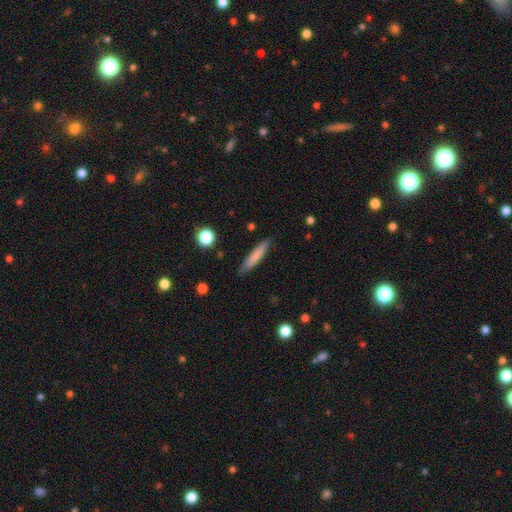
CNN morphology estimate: Q: Smooth or featured?
A: smooth (77%); runner-up: featured or disk (17%)
Q: How rounded?
A: cigar-shaped (88%); runner-up: in between (10%)
Q: Merging?
A: none (84%); runner-up: minor disturbance (12%)